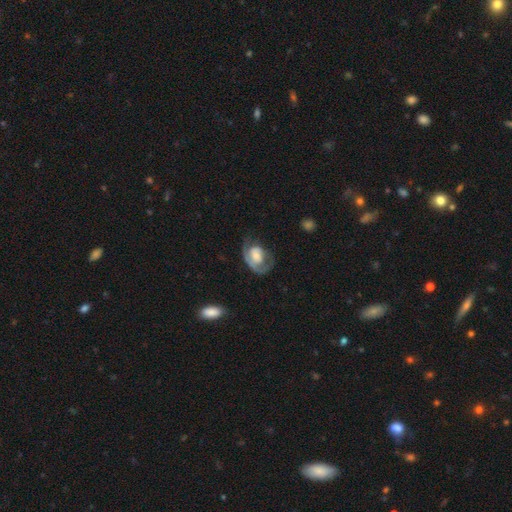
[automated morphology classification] A featured or disk galaxy (65%) with no bar (64%), spiral arms (77%) and a moderate central bulge (33%).

Vote fractions:
- Smooth or featured? featured or disk: 65% / smooth: 29% / star or artifact: 6%
- Edge-on disk? no: 97% / yes: 3%
- Bar? no: 64% / weak: 28% / strong: 7%
- Spiral arms? yes: 77% / no: 23%
- Bulge size? moderate: 33% / large: 28% / small: 23% / none: 12% / dominant: 4%
- Merging? none: 46% / major disturbance: 28% / minor disturbance: 24% / merger: 2%